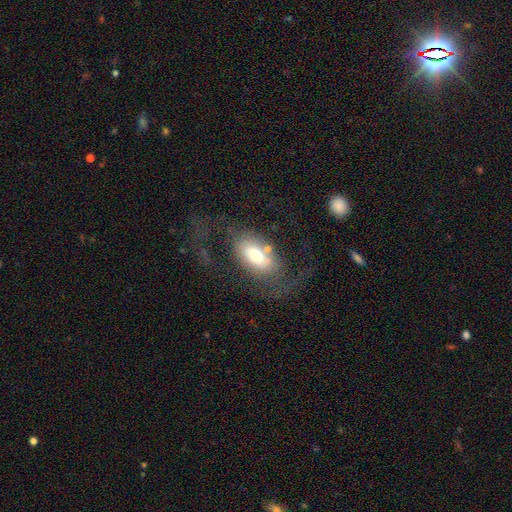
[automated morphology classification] A smooth galaxy with no disk features (49%).

Vote fractions:
- Smooth or featured? smooth: 49% / featured or disk: 43% / star or artifact: 8%
- Merging? none: 44% / major disturbance: 30% / minor disturbance: 17% / merger: 9%